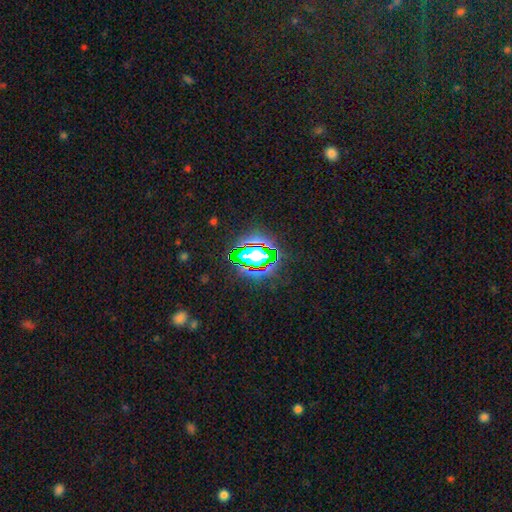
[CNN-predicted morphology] Smooth or featured? star or artifact (68%)